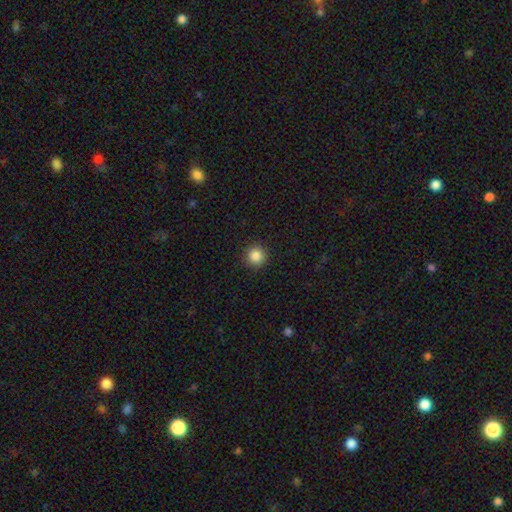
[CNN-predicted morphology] Smooth or featured: smooth — 86% (star or artifact — 10%)
How rounded: round — 95% (in between — 4%)
Merging: none — 92% (minor disturbance — 5%)